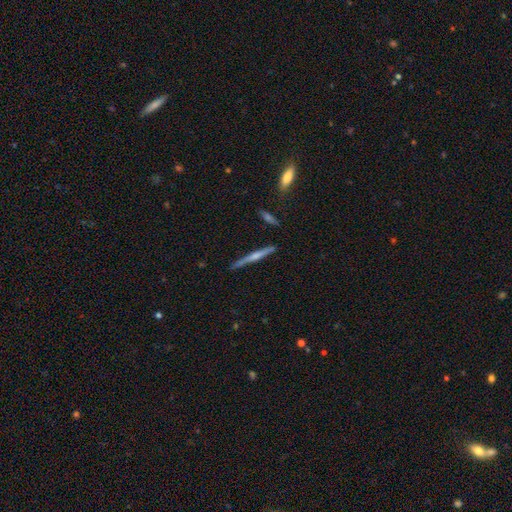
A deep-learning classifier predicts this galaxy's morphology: The model was most divided on "smooth or featured": featured or disk: 69%, smooth: 24%, star or artifact: 7%. More confident: edge-on disk — yes (98%); merging — none (86%); edge-on bulge — rounded (68%).